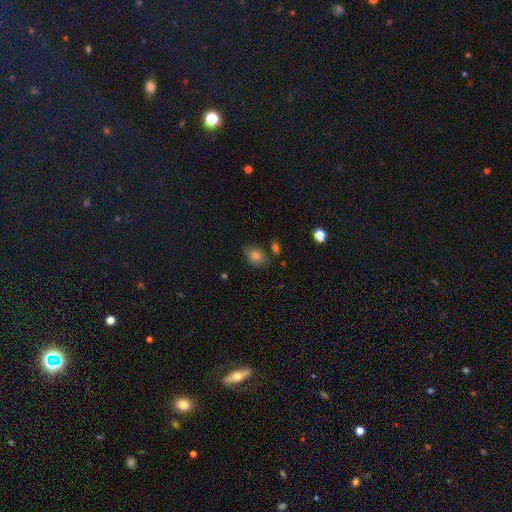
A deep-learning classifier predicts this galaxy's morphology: Smooth or featured? smooth (78%)
How rounded? in between (61%)
Merging? none (71%)